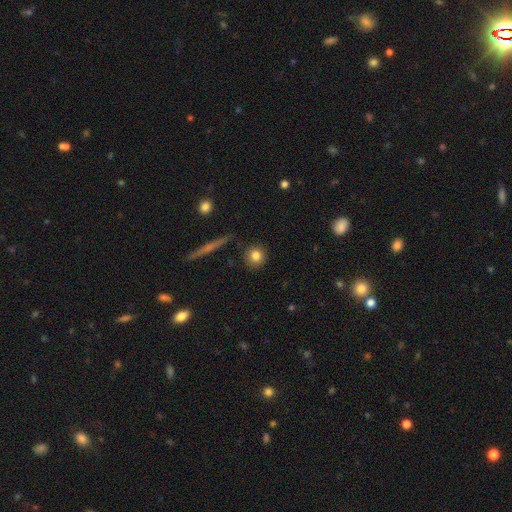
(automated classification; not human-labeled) smooth-or-featured: smooth: 82% | star or artifact: 9% | featured or disk: 9%
  how-rounded: round: 90% | in between: 8% | cigar-shaped: 2%
  merging: none: 87% | minor disturbance: 8% | merger: 2% | major disturbance: 2%